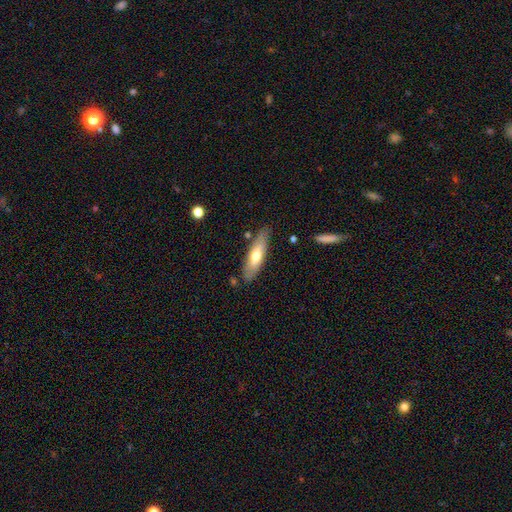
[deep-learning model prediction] A smooth galaxy with no disk features (59%) that is cigar-shaped (59%). Merging: none (81%).